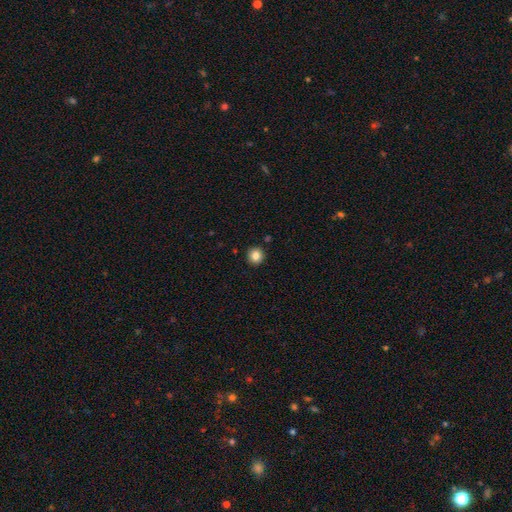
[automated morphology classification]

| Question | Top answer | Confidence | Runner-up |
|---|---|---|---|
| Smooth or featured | smooth | 84% | star or artifact (10%) |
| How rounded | round | 92% | in between (7%) |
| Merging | none | 91% | minor disturbance (5%) |